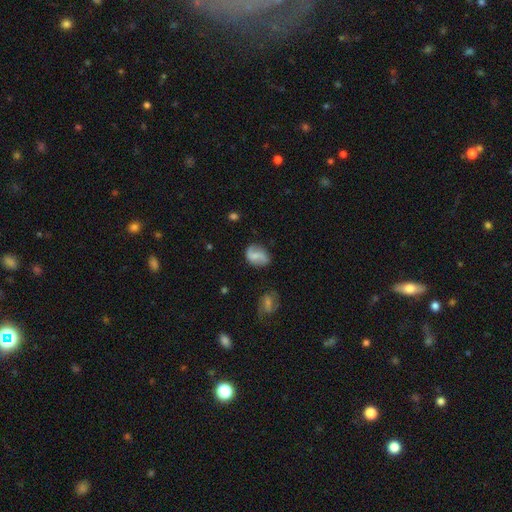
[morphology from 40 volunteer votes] This appears to be a featured or disk galaxy (65%) with no bar (50%), 2 (100%) loose (88%) spiral arms (92%) and no central bulge (58%). Merging: none (76%).